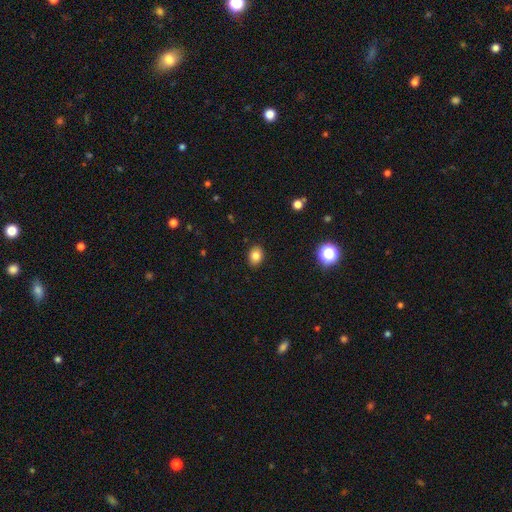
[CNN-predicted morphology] smooth 82%, star or artifact 11%, featured or disk 7%. Down the decision tree: how rounded — in between (62%); merging — none (89%).